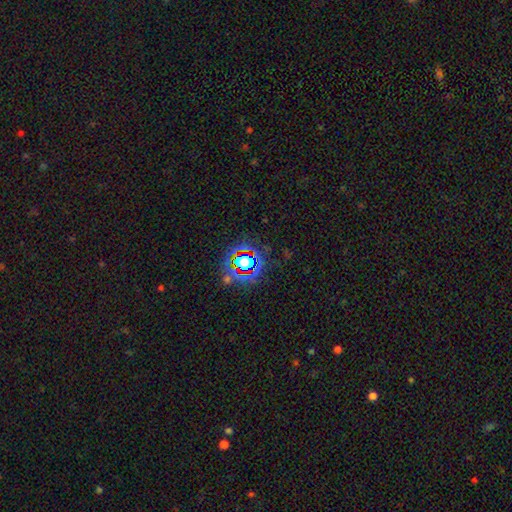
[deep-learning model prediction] A star or artifact, not a galaxy (80%).

Vote fractions:
- Smooth or featured? star or artifact: 80% / smooth: 12% / featured or disk: 8%